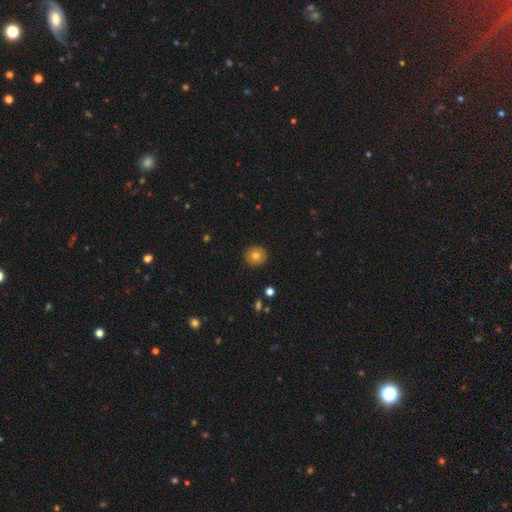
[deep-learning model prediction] The model was most divided on "smooth or featured": smooth: 77%, featured or disk: 14%, star or artifact: 9%. More confident: how rounded — round (91%); merging — none (91%).